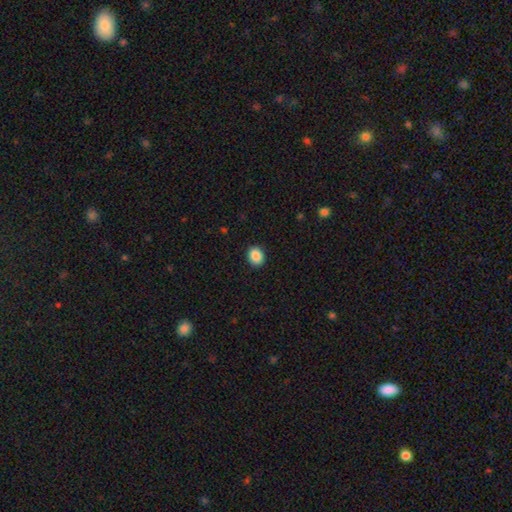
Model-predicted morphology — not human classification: smooth-or-featured: smooth: 90% | star or artifact: 8% | featured or disk: 2%
  how-rounded: in between: 50% | round: 49% | cigar-shaped: 1%
  merging: none: 91% | minor disturbance: 6% | major disturbance: 2% | merger: 1%